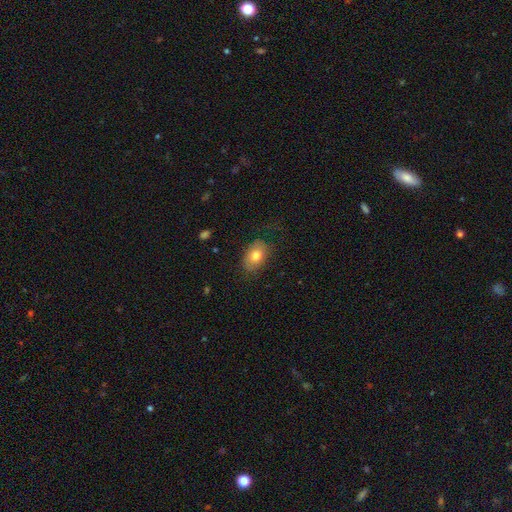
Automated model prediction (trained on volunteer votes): Q: Smooth or featured?
A: smooth (74%); runner-up: featured or disk (18%)
Q: How rounded?
A: in between (85%); runner-up: round (14%)
Q: Merging?
A: none (73%); runner-up: minor disturbance (18%)